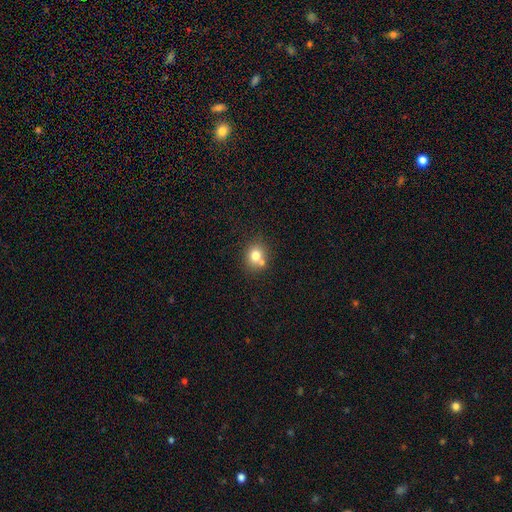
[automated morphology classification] A smooth galaxy with no disk features (76%) that is round (72%). Merging: none (60%).